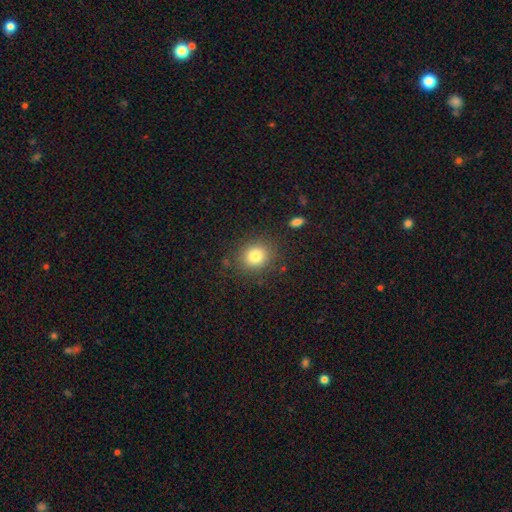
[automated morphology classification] A smooth galaxy with no disk features (81%) that is round (78%).

Vote fractions:
- Smooth or featured? smooth: 81% / star or artifact: 11% / featured or disk: 8%
- How rounded? round: 78% / in between: 21% / cigar-shaped: 1%
- Merging? none: 85% / minor disturbance: 9% / major disturbance: 4% / merger: 2%